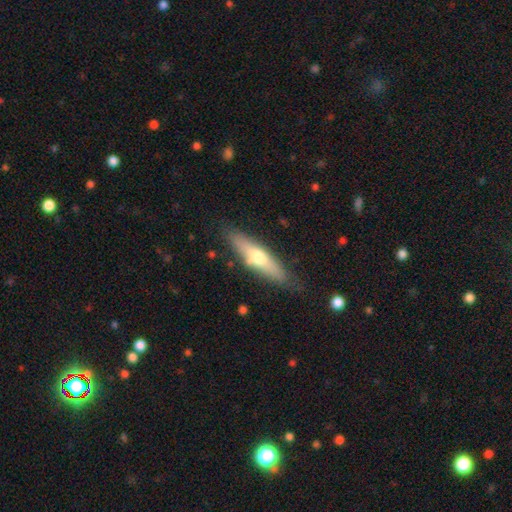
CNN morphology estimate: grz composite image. It shows a smooth galaxy with no disk features (49%). Merging: none (83%).